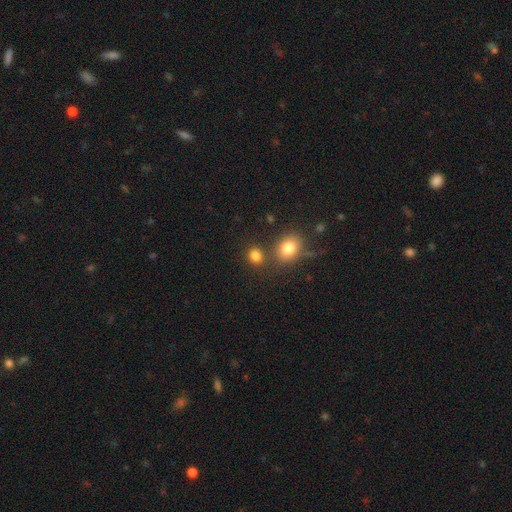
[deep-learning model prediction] Smooth or featured: smooth — 82% (star or artifact — 13%)
How rounded: round — 64% (in between — 35%)
Merging: none — 70% (merger — 17%)